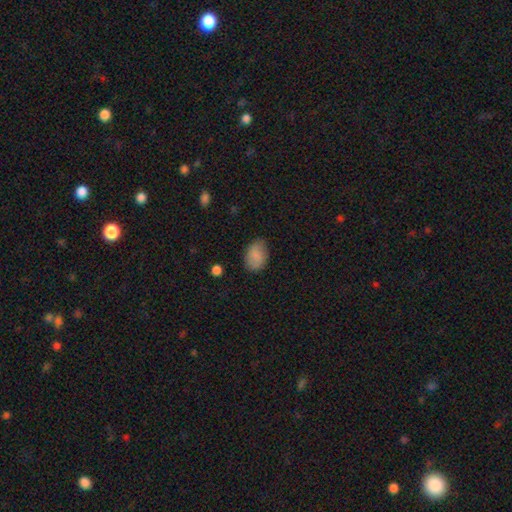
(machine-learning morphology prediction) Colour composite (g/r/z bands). It shows a smooth galaxy with no disk features (84%) that is in between round and cigar-shaped (84%). Merging: none (78%).